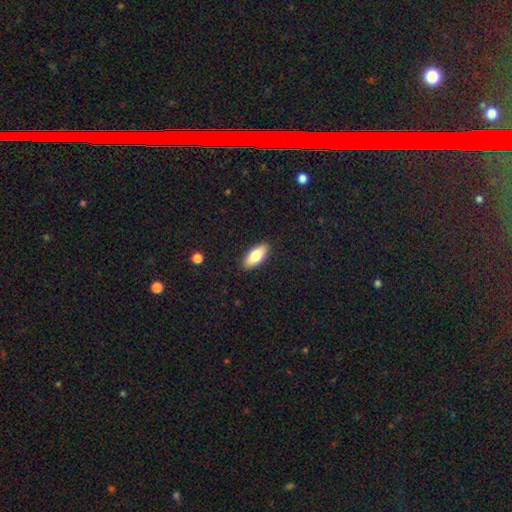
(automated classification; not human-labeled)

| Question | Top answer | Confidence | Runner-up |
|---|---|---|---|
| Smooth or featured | smooth | 77% | featured or disk (17%) |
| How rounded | in between | 83% | cigar-shaped (15%) |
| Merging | none | 90% | minor disturbance (8%) |